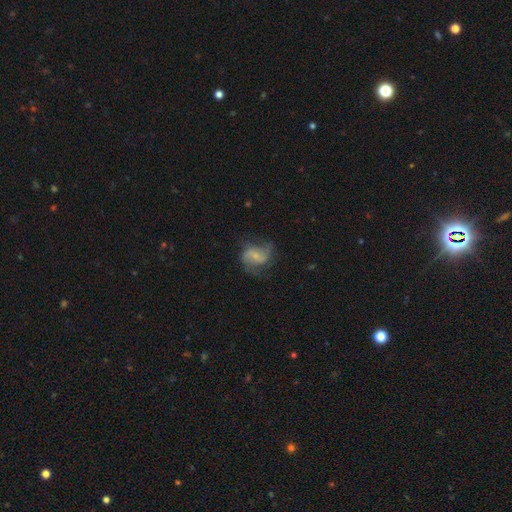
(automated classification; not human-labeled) Q: Smooth or featured?
A: featured or disk (70%); runner-up: smooth (22%)
Q: Edge-on disk?
A: no (98%); runner-up: yes (2%)
Q: Bar?
A: weak (48%); runner-up: no (36%)
Q: Spiral arms?
A: yes (89%); runner-up: no (11%)
Q: Spiral winding?
A: loose (48%); runner-up: medium (41%)
Q: Spiral arm count?
A: 2 (82%); runner-up: can't tell (8%)
Q: Bulge size?
A: small (57%); runner-up: moderate (22%)
Q: Merging?
A: none (58%); runner-up: minor disturbance (23%)